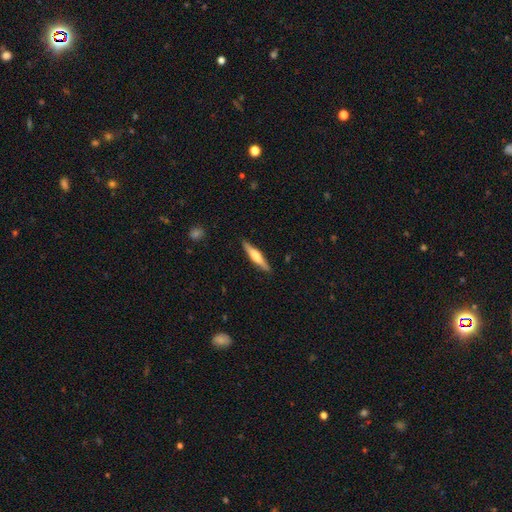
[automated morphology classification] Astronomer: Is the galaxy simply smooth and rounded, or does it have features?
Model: featured or disk — 53% (runner-up: smooth, 42%).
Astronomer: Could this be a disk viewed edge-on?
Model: yes — 97%.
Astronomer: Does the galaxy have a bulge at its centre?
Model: rounded — 79%.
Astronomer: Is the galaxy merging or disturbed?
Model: none — 90%.